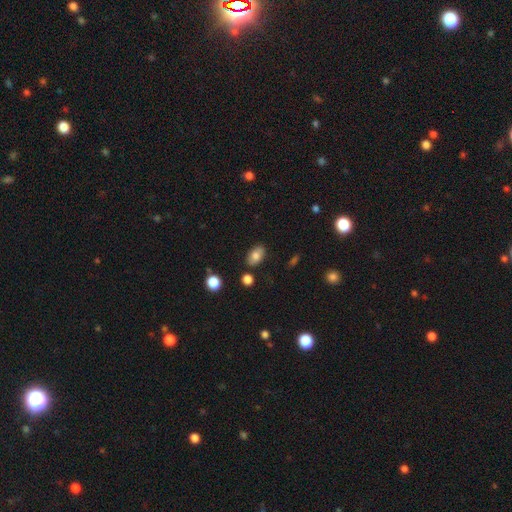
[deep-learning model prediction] Smooth or featured? Predicted: smooth (p=0.78). How rounded? Predicted: in between (p=0.90). Merging? Predicted: none (p=0.83).